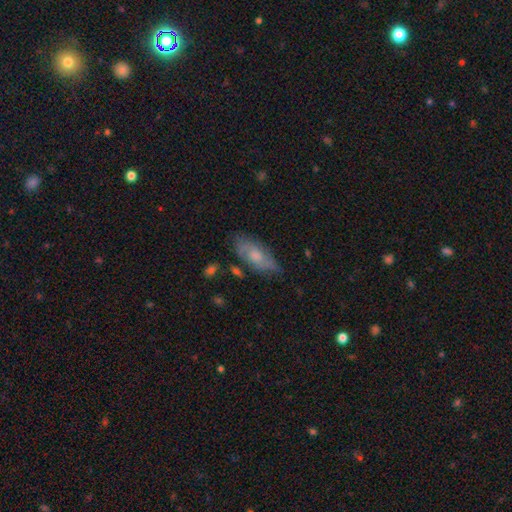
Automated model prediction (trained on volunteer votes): A smooth galaxy with no disk features (48%). Merging: none (64%).